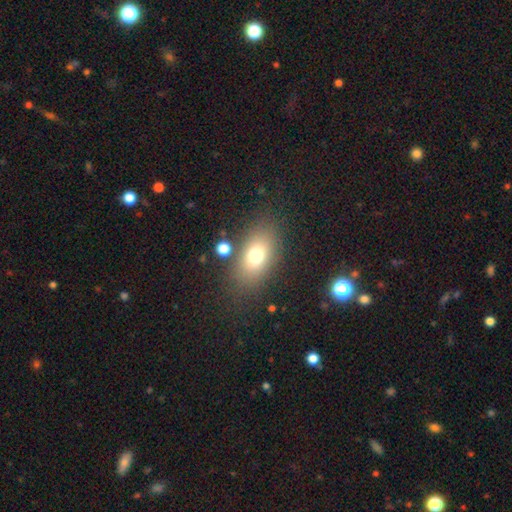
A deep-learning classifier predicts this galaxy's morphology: smooth 73%, featured or disk 14%, star or artifact 13%. Down the decision tree: how rounded — in between (81%); merging — none (79%).